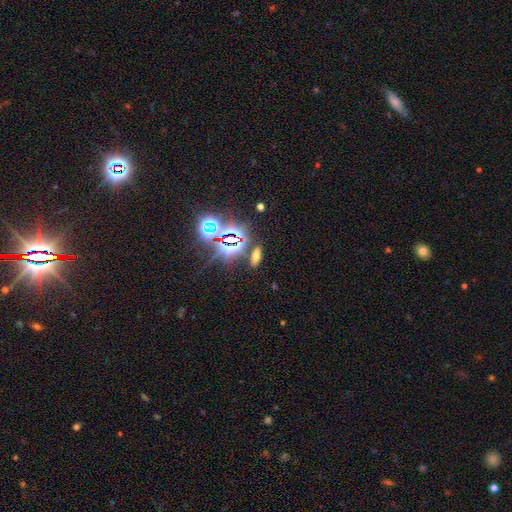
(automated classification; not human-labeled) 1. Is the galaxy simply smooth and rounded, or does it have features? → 50% smooth, 38% star or artifact, 12% featured or disk.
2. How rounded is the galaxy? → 68% in between, 25% cigar-shaped, 7% round.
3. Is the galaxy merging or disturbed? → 81% none, 9% minor disturbance, 5% merger, 4% major disturbance.